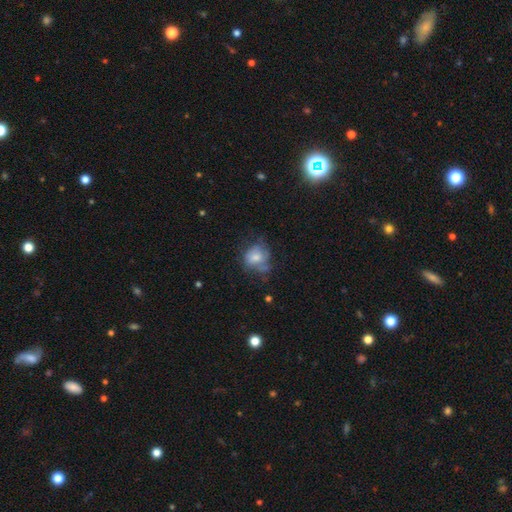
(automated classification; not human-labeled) Smooth or featured: smooth — 59% (featured or disk — 30%)
How rounded: round — 60% (in between — 39%)
Merging: none — 44% (minor disturbance — 30%)